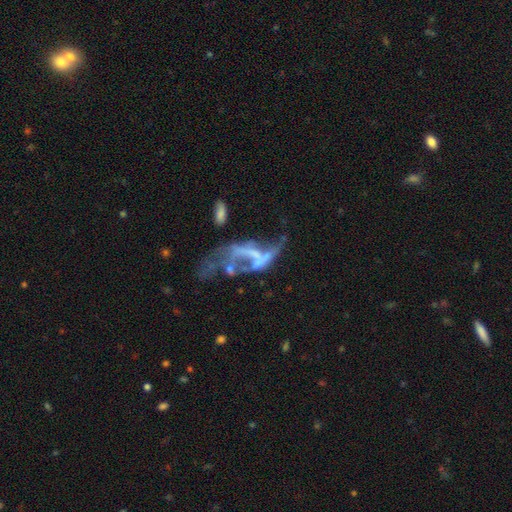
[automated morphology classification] Smooth or featured?
  - featured or disk: 71% *
  - star or artifact: 15%
  - smooth: 14%
Edge-on disk?
  - no: 93% *
  - yes: 7%
Bar?
  - no: 65% *
  - weak: 20%
  - strong: 15%
Spiral arms?
  - no: 66% *
  - yes: 34%
Bulge size?
  - none: 70% *
  - small: 17%
  - moderate: 9%
  - large: 2%
  - dominant: 1%
Merging?
  - major disturbance: 44% *
  - merger: 28%
  - none: 18%
  - minor disturbance: 11%